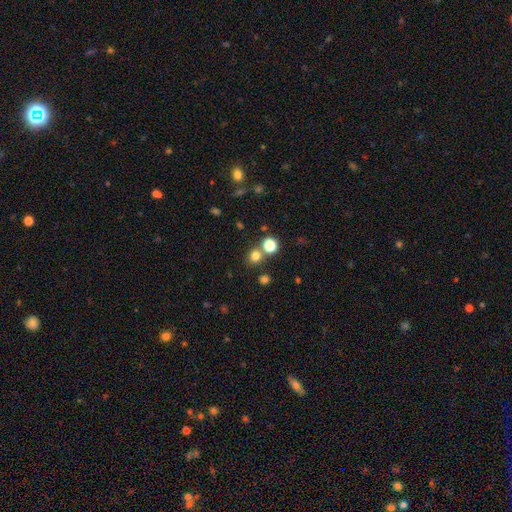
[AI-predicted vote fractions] Morphology: type=smooth (75%); roundness=round (86%); merging=none (72%).